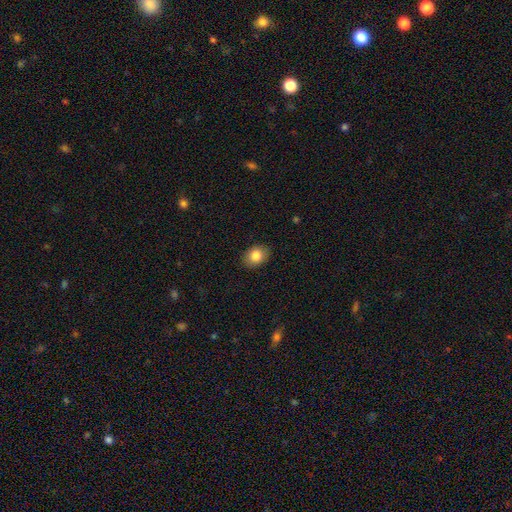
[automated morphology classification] smooth_or_featured: smooth (p=0.84) [alt: star or artifact p=0.08]
how_rounded: in between (p=0.68) [alt: round p=0.31]
merging: none (p=0.87) [alt: minor disturbance p=0.10]